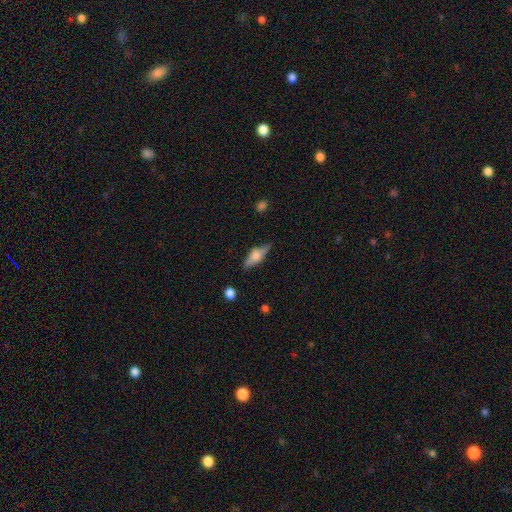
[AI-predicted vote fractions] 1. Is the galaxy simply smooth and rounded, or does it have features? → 53% featured or disk, 40% smooth, 7% star or artifact.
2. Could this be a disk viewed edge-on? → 91% yes, 9% no.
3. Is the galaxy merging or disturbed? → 80% none, 15% minor disturbance, 4% major disturbance, 2% merger.